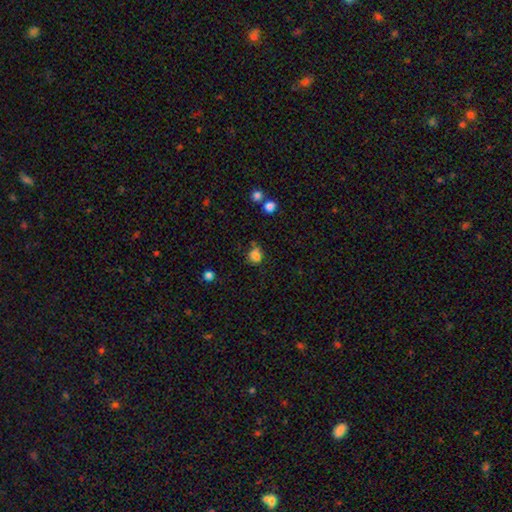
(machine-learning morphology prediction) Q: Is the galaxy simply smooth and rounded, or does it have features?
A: smooth — 80%.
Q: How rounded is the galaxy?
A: round — 65%.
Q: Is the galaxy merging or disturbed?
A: none — 58%.